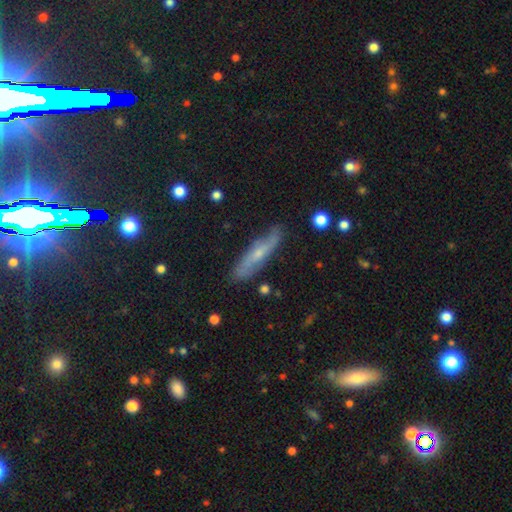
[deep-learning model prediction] Smooth or featured? featured or disk (54%)
Edge-on disk? yes (57%)
Merging? none (79%)